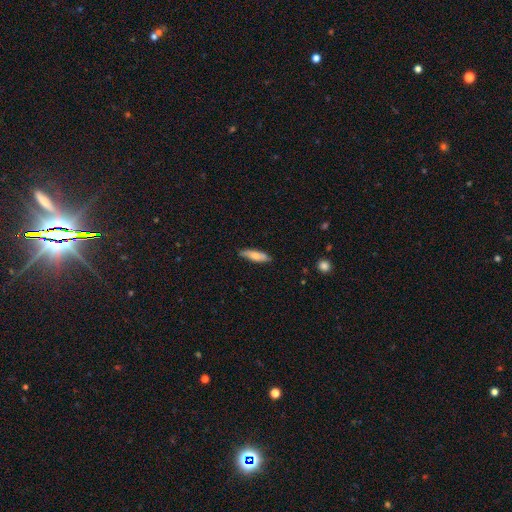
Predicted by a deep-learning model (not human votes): Smooth or featured? Predicted: smooth (p=0.69). How rounded? Predicted: cigar-shaped (p=0.57). Merging? Predicted: none (p=0.83).